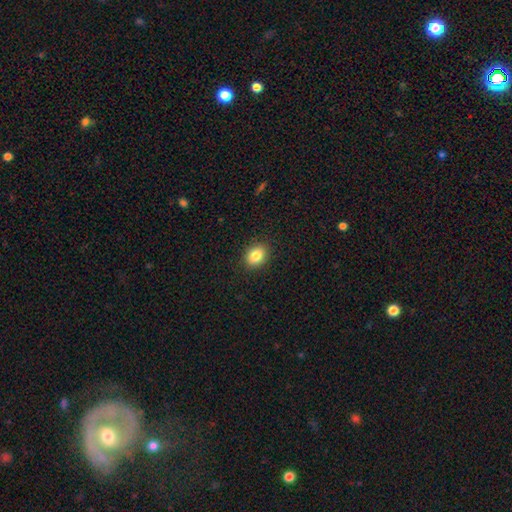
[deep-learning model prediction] A smooth galaxy with no disk features (84%) that is in between round and cigar-shaped (55%). Merging: none (90%).